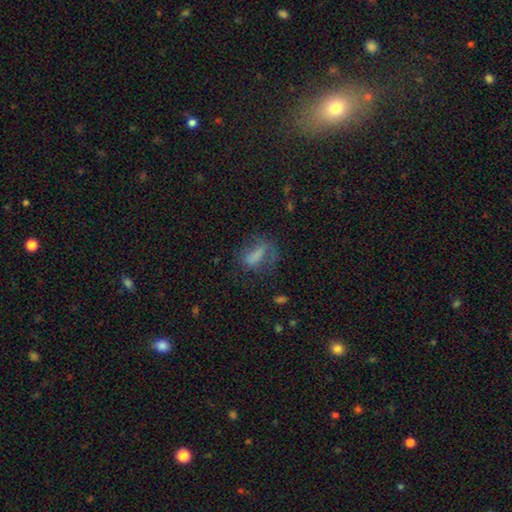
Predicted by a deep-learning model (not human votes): Smooth or featured? Predicted: smooth (p=0.59). How rounded? Predicted: in between (p=0.68). Merging? Predicted: none (p=0.44).